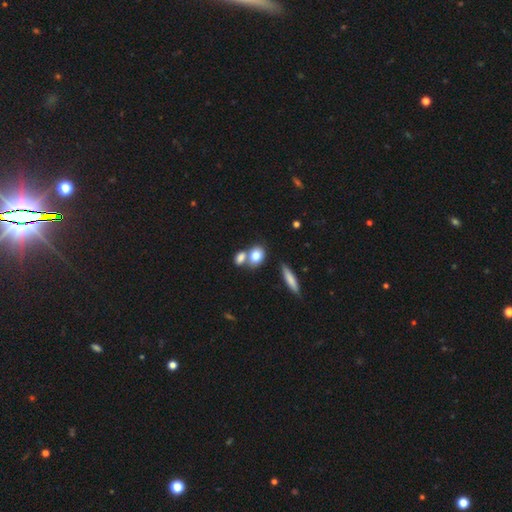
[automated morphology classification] A smooth galaxy with no disk features (78%) that is in between round and cigar-shaped (57%).

Vote fractions:
- Smooth or featured? smooth: 78% / featured or disk: 13% / star or artifact: 9%
- How rounded? in between: 57% / round: 39% / cigar-shaped: 4%
- Merging? merger: 44% / none: 42% / minor disturbance: 10% / major disturbance: 4%